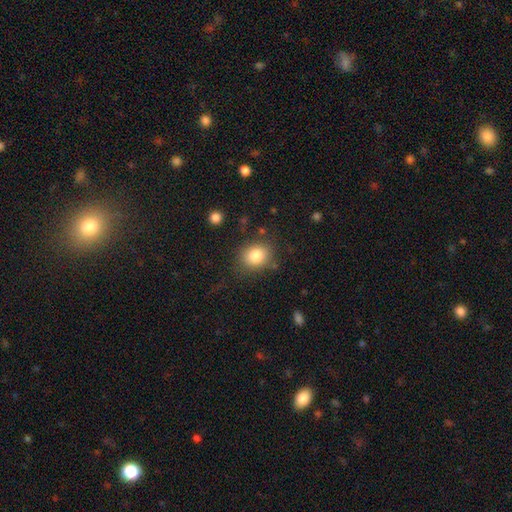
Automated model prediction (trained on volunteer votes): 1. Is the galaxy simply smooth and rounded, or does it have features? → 82% smooth, 10% star or artifact, 8% featured or disk.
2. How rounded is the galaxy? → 63% round, 36% in between, 1% cigar-shaped.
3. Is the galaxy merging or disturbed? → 80% none, 13% minor disturbance, 5% major disturbance, 3% merger.